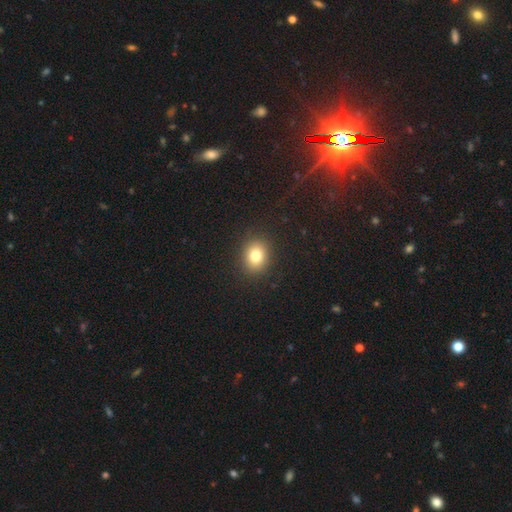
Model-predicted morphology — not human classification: A smooth galaxy with no disk features (79%) that is round (61%). Merging: none (89%).